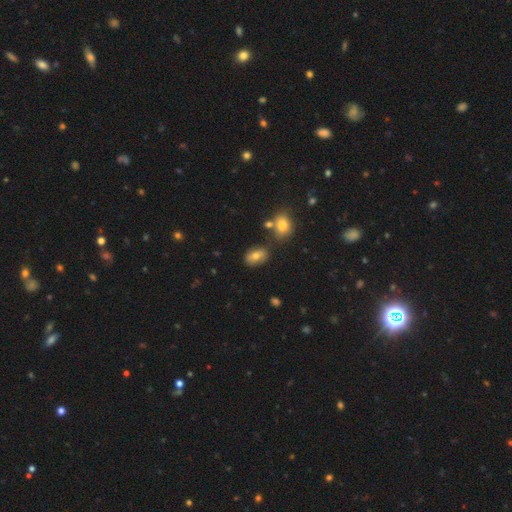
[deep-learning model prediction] Smooth or featured: smooth — 66% (featured or disk — 22%)
How rounded: in between — 81% (round — 17%)
Merging: none — 68% (minor disturbance — 18%)